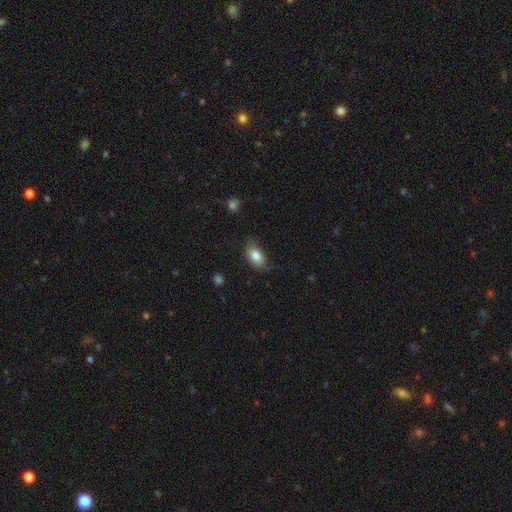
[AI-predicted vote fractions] Overall: smooth (82%). How rounded: in between (87%). Merging: none (61%; minor disturbance 28%).